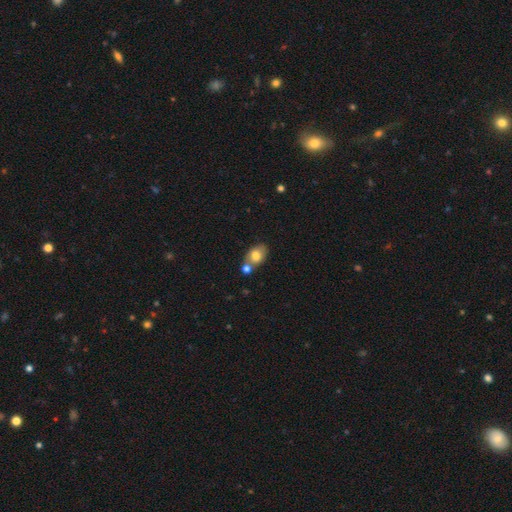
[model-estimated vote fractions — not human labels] This appears to be a smooth galaxy with no disk features (76%) that is in between round and cigar-shaped (80%). Merging: none (50%).